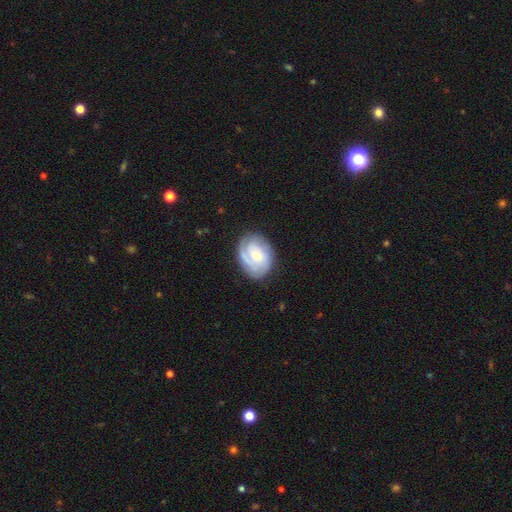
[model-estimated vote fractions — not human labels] smooth-or-featured: featured or disk: 73% | smooth: 22% | star or artifact: 6%
  disk-edge-on: no: 97% | yes: 3%
    bar: no: 57% | weak: 36% | strong: 7%
    has-spiral-arms: yes: 93% | no: 7%
      spiral-winding: tight: 63% | medium: 28% | loose: 8%
      spiral-arm-count: 2: 31% | can't tell: 29% | 3: 18% | 1: 14% | 4: 4% | more than 4: 3%
    bulge-size: small: 53% | moderate: 38% | none: 4% | large: 4% | dominant: 1%
  merging: none: 75% | minor disturbance: 17% | major disturbance: 6% | merger: 1%